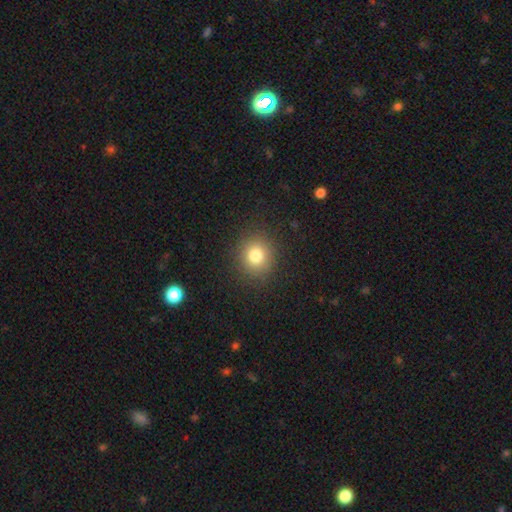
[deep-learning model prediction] This is likely a smooth galaxy (79%). How rounded: clearly round (86%). Merging: clearly none (88%).